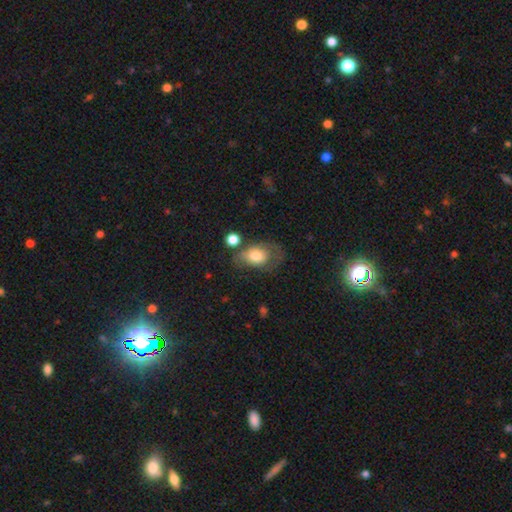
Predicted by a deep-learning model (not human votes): A smooth galaxy with no disk features (70%) that is in between round and cigar-shaped (79%).

Vote fractions:
- Smooth or featured? smooth: 70% / featured or disk: 22% / star or artifact: 8%
- How rounded? in between: 79% / round: 20% / cigar-shaped: 2%
- Merging? none: 39% / minor disturbance: 27% / major disturbance: 25% / merger: 9%